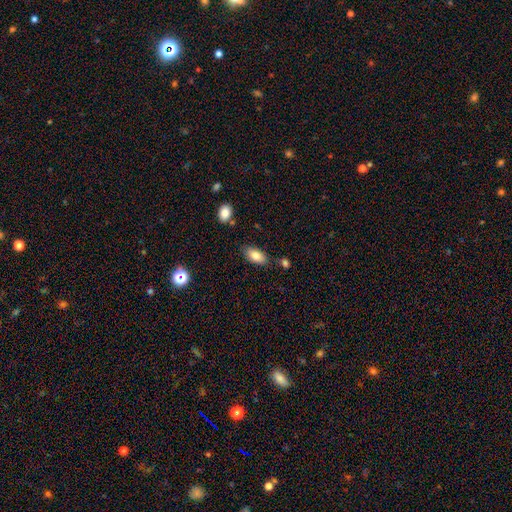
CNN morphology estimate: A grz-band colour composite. It shows a smooth galaxy with no disk features (83%) that is in between round and cigar-shaped (91%). Merging: none (77%).